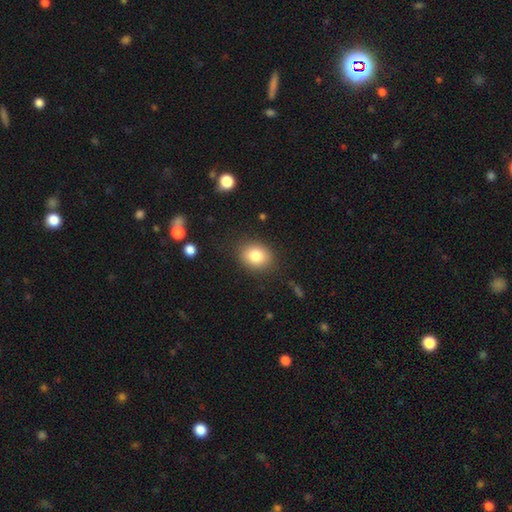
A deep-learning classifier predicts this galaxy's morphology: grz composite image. It shows a smooth galaxy with no disk features (81%) that is round (55%). Merging: none (85%).